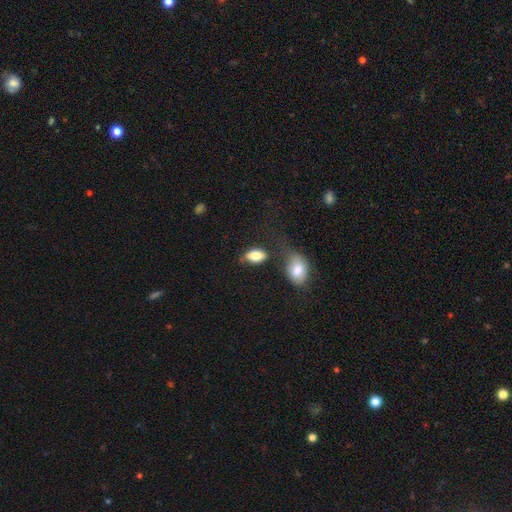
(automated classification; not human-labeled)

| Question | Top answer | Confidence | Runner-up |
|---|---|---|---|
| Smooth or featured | smooth | 81% | featured or disk (12%) |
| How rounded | in between | 89% | round (8%) |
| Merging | none | 51% | minor disturbance (21%) |